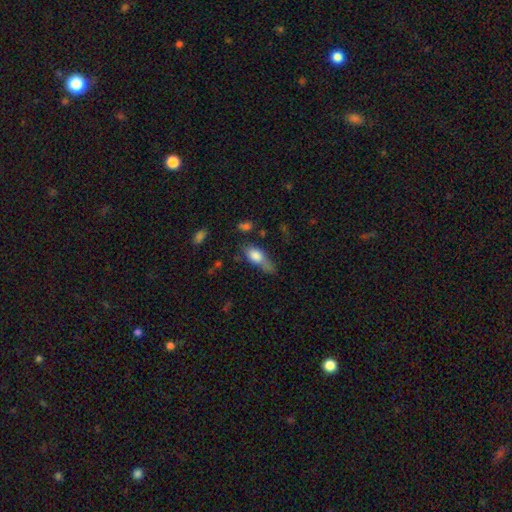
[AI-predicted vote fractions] Smooth or featured? smooth (77%)
How rounded? in between (77%)
Merging? minor disturbance (35%)